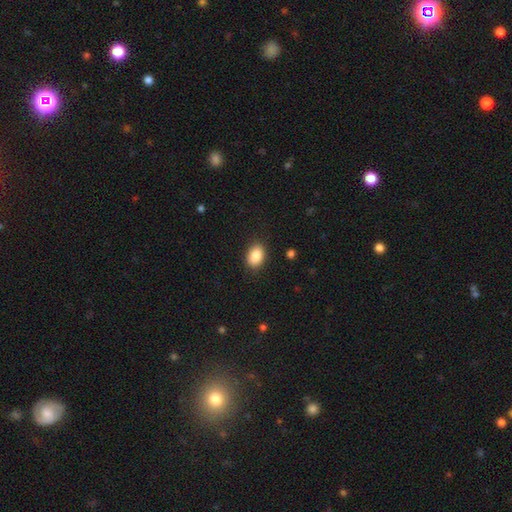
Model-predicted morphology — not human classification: smooth 89%, star or artifact 7%, featured or disk 4%. Down the decision tree: how rounded — in between (81%); merging — none (86%).